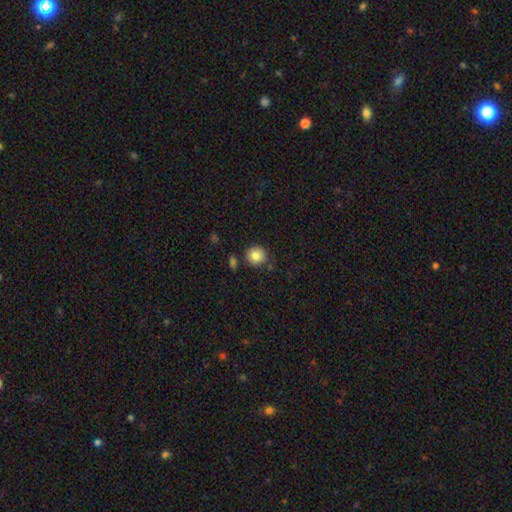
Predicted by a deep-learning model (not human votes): smooth 84%, star or artifact 9%, featured or disk 7%. Down the decision tree: how rounded — round (92%); merging — none (82%).